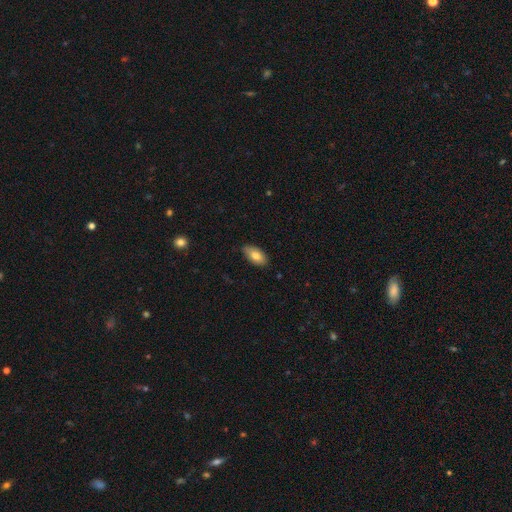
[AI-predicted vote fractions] Q: Smooth or featured?
A: smooth (78%); runner-up: featured or disk (15%)
Q: How rounded?
A: in between (93%); runner-up: cigar-shaped (4%)
Q: Merging?
A: none (83%); runner-up: minor disturbance (14%)